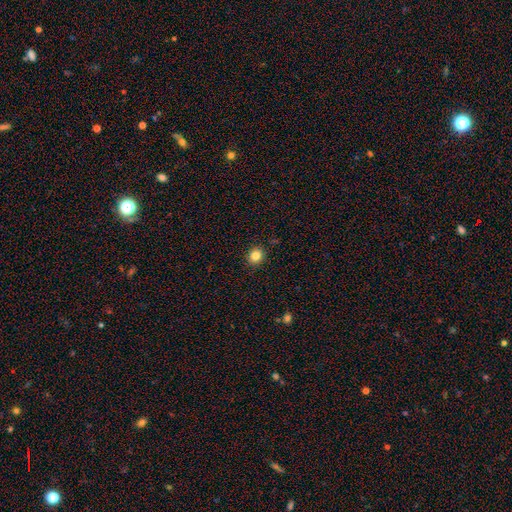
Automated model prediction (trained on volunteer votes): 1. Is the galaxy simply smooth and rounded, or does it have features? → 83% smooth, 11% star or artifact, 5% featured or disk.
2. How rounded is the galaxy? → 75% round, 24% in between, 1% cigar-shaped.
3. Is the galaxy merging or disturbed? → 91% none, 6% minor disturbance, 2% major disturbance, 1% merger.